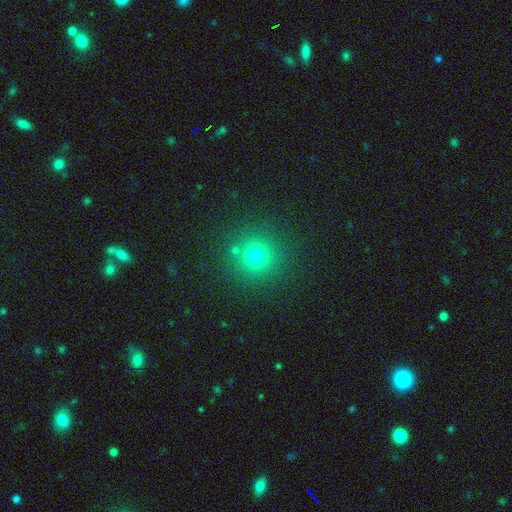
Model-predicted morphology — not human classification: type=smooth (72%); roundness=round (94%); merging=none (85%).